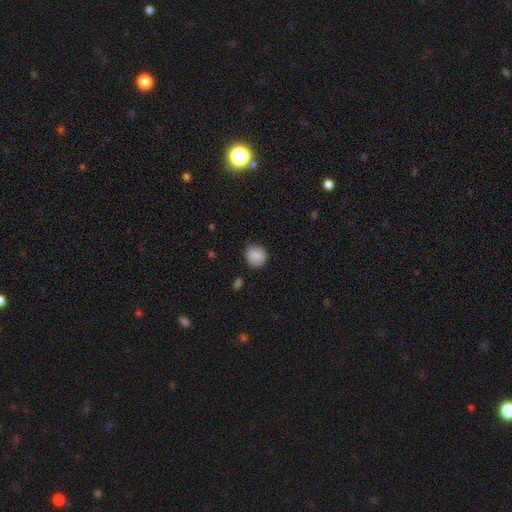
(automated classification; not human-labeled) A smooth galaxy with no disk features (86%) that is round (86%). Merging: none (83%).